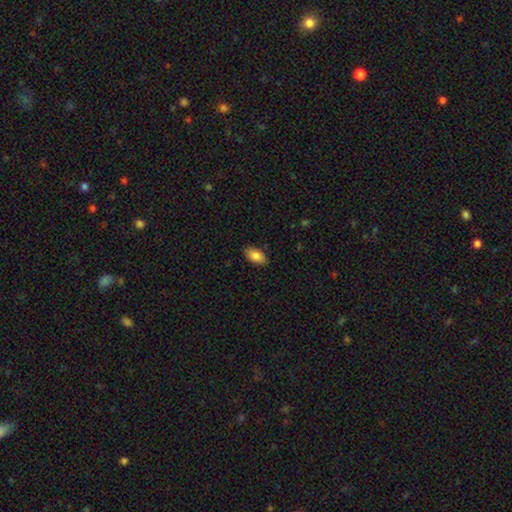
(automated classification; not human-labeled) This is clearly a smooth galaxy (87%). How rounded: clearly in between (93%). Merging: clearly none (87%).